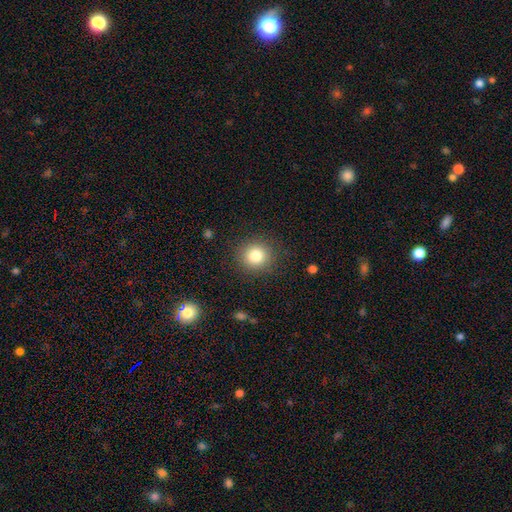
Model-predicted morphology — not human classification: A smooth galaxy with no disk features (82%) that is round (89%). Merging: none (88%).